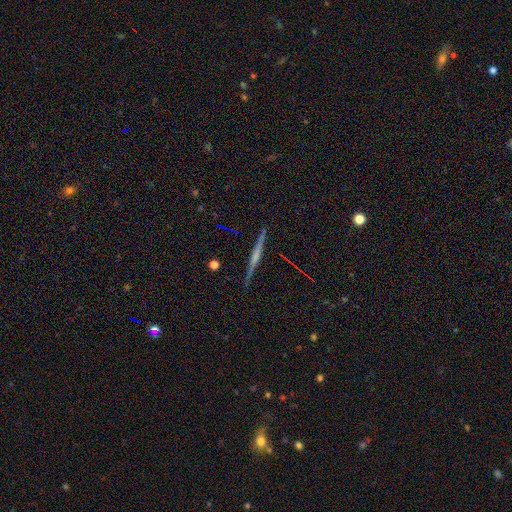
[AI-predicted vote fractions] featured or disk 73%, smooth 20%, star or artifact 7%. Down the decision tree: edge-on disk — yes (98%); edge-on bulge — rounded (43%); merging — none (91%).